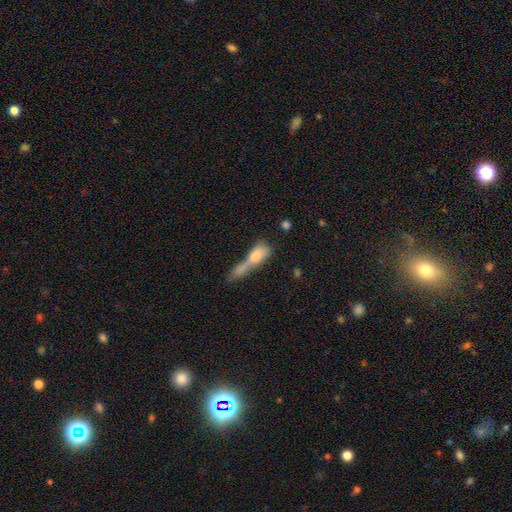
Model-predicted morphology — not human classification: Q: Smooth or featured?
A: smooth (66%); runner-up: featured or disk (25%)
Q: How rounded?
A: in between (47%); runner-up: cigar-shaped (44%)
Q: Merging?
A: merger (63%); runner-up: none (15%)